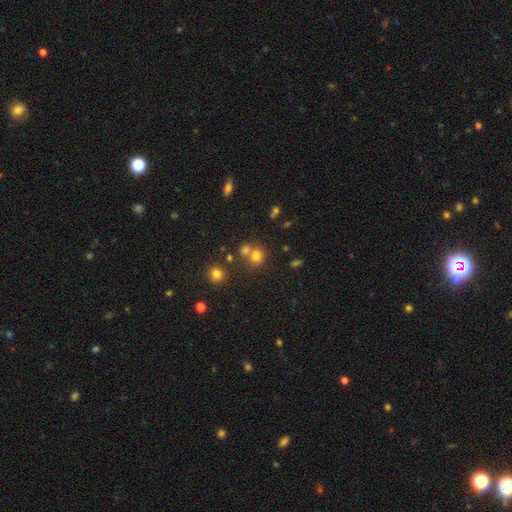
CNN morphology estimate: Smooth or featured?
  - smooth: 72% *
  - star or artifact: 18%
  - featured or disk: 10%
How rounded?
  - round: 81% *
  - in between: 18%
  - cigar-shaped: 1%
Merging?
  - none: 53% *
  - merger: 36%
  - minor disturbance: 8%
  - major disturbance: 4%